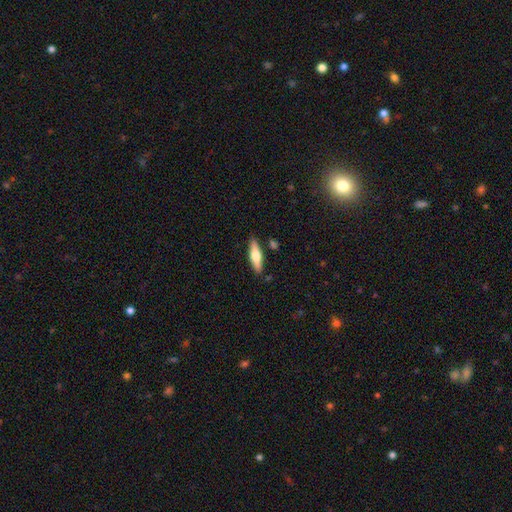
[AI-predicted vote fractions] Morphology: type=smooth (51%); roundness=cigar-shaped (63%); merging=none (85%).